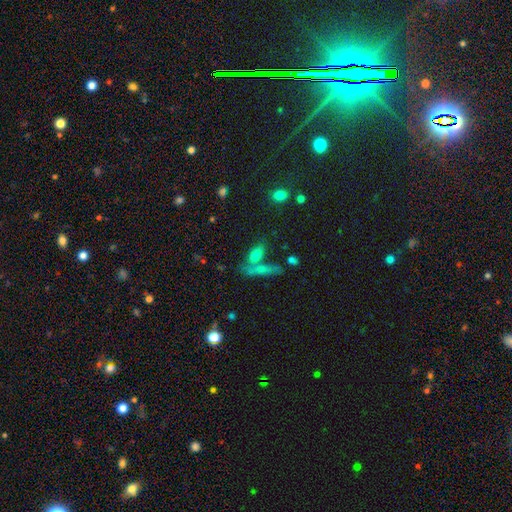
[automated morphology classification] Smooth or featured? smooth (69%)
How rounded? in between (63%)
Merging? none (48%)